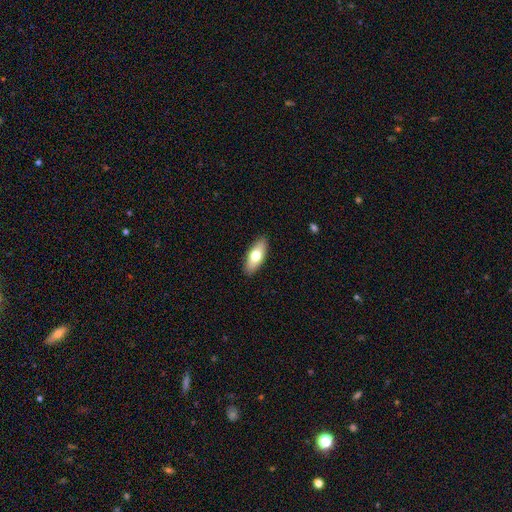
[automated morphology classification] smooth 68%, featured or disk 26%, star or artifact 6%. Down the decision tree: how rounded — in between (79%); merging — none (90%).